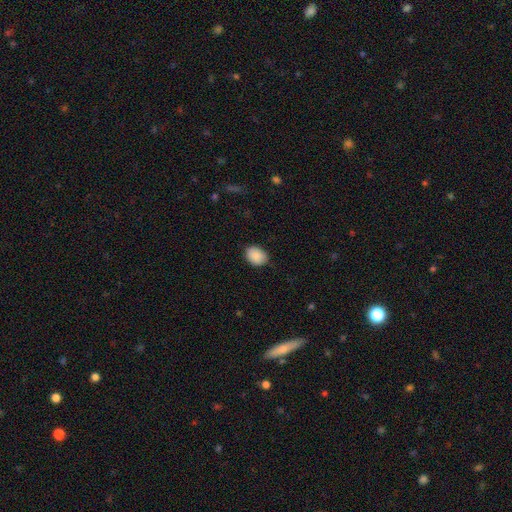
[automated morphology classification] smooth-or-featured: smooth: 90% | star or artifact: 7% | featured or disk: 3%
  how-rounded: in between: 68% | round: 32% | cigar-shaped: 1%
  merging: none: 82% | minor disturbance: 14% | major disturbance: 3% | merger: 1%